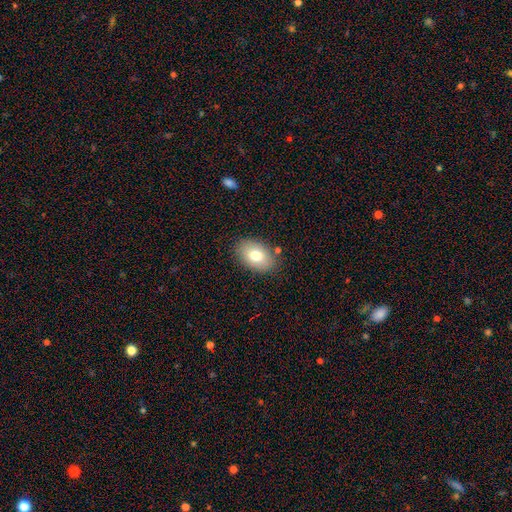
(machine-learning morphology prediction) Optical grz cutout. It shows a smooth galaxy with no disk features (76%) that is in between round and cigar-shaped (88%). Merging: none (83%).